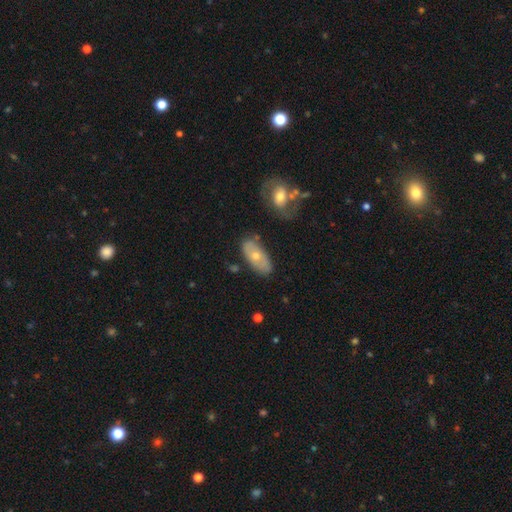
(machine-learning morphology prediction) Overall: featured or disk (47%; smooth 44%). Merging: none (73%).